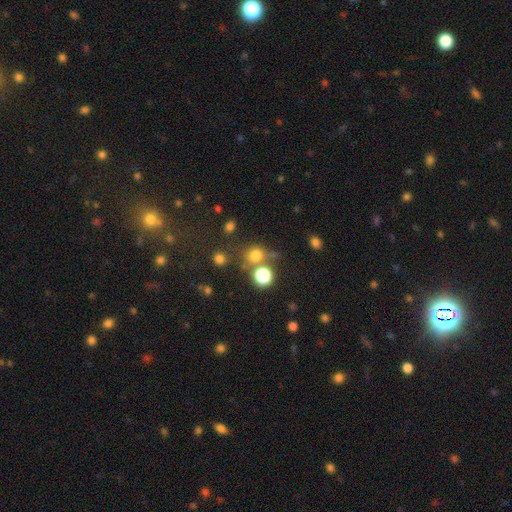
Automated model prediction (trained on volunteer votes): Smooth or featured? Predicted: smooth (p=0.71). How rounded? Predicted: round (p=0.86). Merging? Predicted: none (p=0.64).